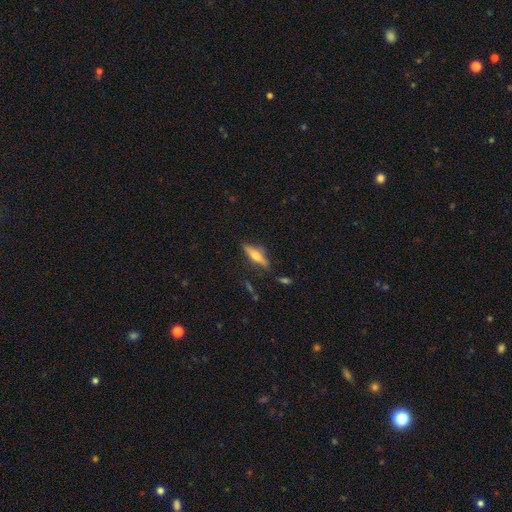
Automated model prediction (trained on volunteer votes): smooth-or-featured: featured or disk: 50% | smooth: 43% | star or artifact: 7%
  merging: none: 80% | minor disturbance: 14% | major disturbance: 3% | merger: 3%